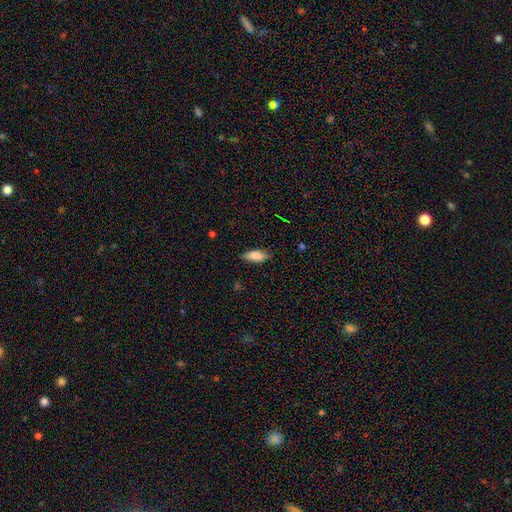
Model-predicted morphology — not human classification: Smooth or featured?
  - smooth: 85% *
  - featured or disk: 8%
  - star or artifact: 7%
How rounded?
  - in between: 75% *
  - cigar-shaped: 23%
  - round: 2%
Merging?
  - none: 82% *
  - minor disturbance: 14%
  - major disturbance: 3%
  - merger: 1%